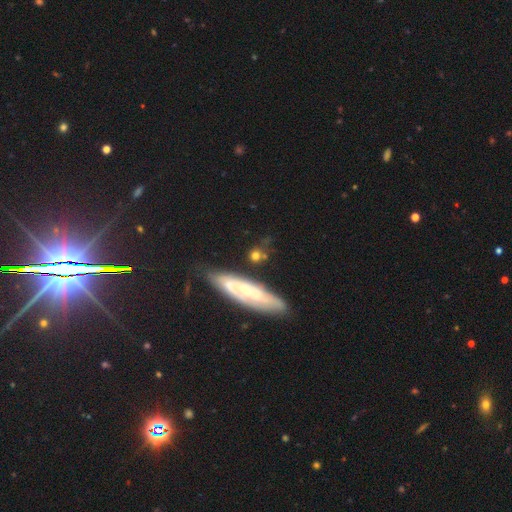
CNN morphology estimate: smooth-or-featured: smooth: 54% | featured or disk: 37% | star or artifact: 10%
  how-rounded: round: 61% | in between: 21% | cigar-shaped: 17%
  merging: none: 68% | minor disturbance: 17% | merger: 8% | major disturbance: 7%